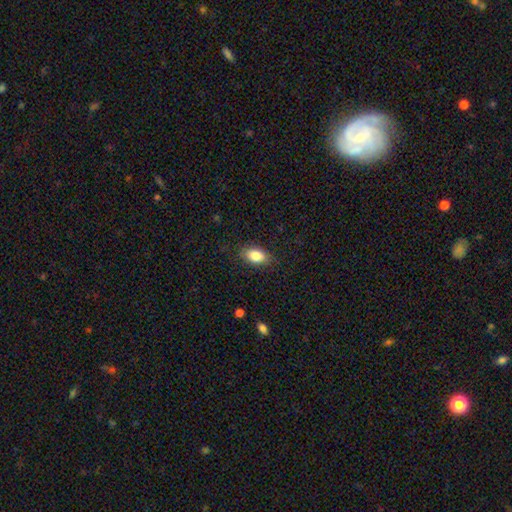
smooth_or_featured: smooth (p=0.77) [alt: featured or disk p=0.18]
how_rounded: in between (p=0.97) [alt: cigar-shaped p=0.03]
merging: none (p=0.78) [alt: minor disturbance p=0.16]